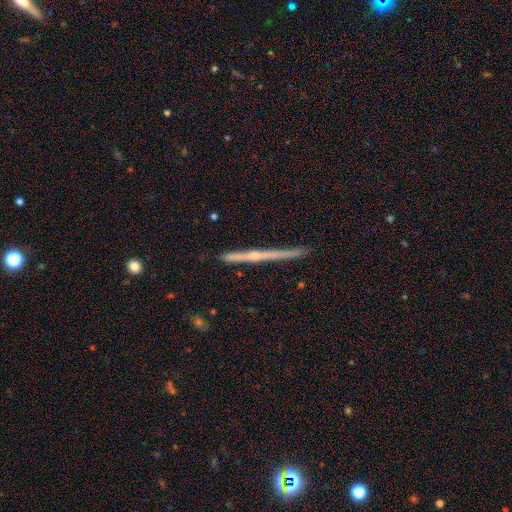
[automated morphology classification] A featured or disk galaxy (74%) viewed edge-on (98%) with a rounded central bulge (55%). Merging: none (87%).